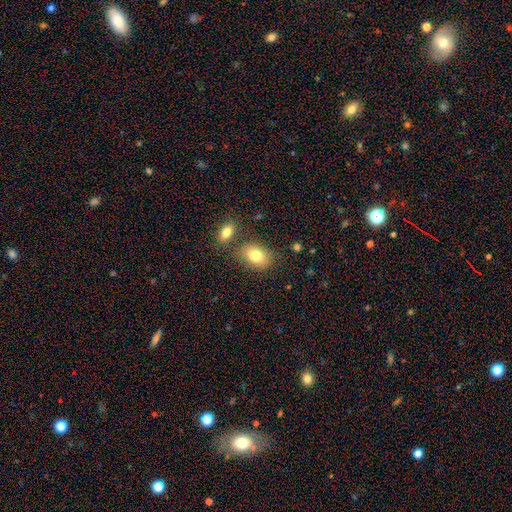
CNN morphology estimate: A smooth galaxy with no disk features (79%) that is in between round and cigar-shaped (78%).

Vote fractions:
- Smooth or featured? smooth: 79% / featured or disk: 12% / star or artifact: 9%
- How rounded? in between: 78% / round: 21% / cigar-shaped: 1%
- Merging? none: 71% / minor disturbance: 13% / merger: 12% / major disturbance: 4%